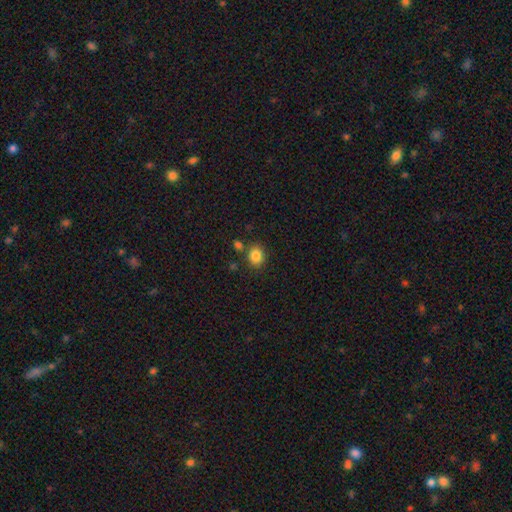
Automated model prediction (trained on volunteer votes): This is clearly a smooth galaxy (84%). How rounded: likely round (61%). Merging: likely none (78%).